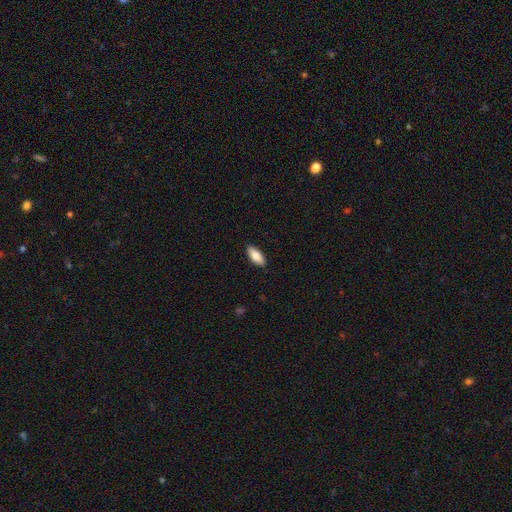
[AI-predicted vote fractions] Overall: smooth (84%). How rounded: in between (83%). Merging: none (90%).